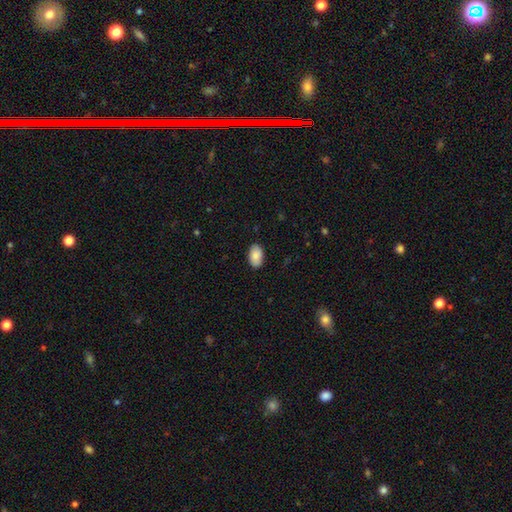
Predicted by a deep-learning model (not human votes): smooth_or_featured: smooth (p=0.87) [alt: featured or disk p=0.07]
how_rounded: in between (p=0.93) [alt: round p=0.06]
merging: none (p=0.87) [alt: minor disturbance p=0.10]